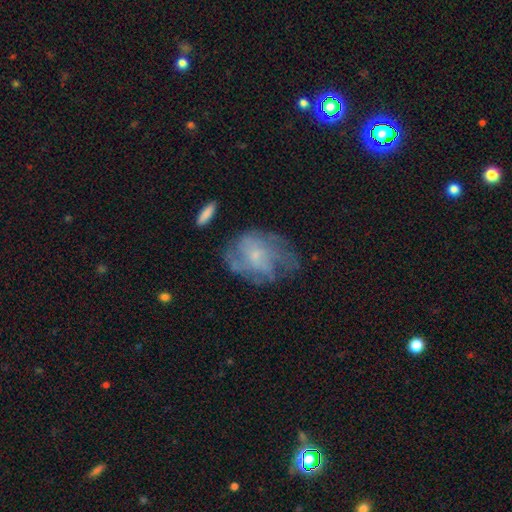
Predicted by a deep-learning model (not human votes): Smooth or featured? featured or disk (63%)
Edge-on disk? no (97%)
Bar? no (73%)
Spiral arms? yes (65%)
Bulge size? small (68%)
Merging? none (51%)